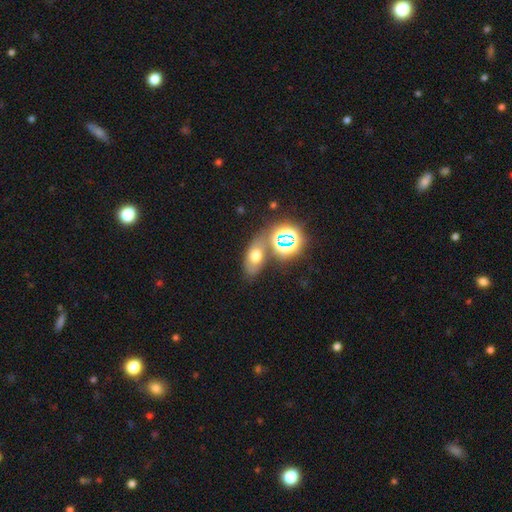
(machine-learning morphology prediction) Smooth or featured?
  - smooth: 52% *
  - star or artifact: 26%
  - featured or disk: 21%
How rounded?
  - in between: 79% *
  - round: 17%
  - cigar-shaped: 4%
Merging?
  - none: 62% *
  - merger: 18%
  - minor disturbance: 14%
  - major disturbance: 6%